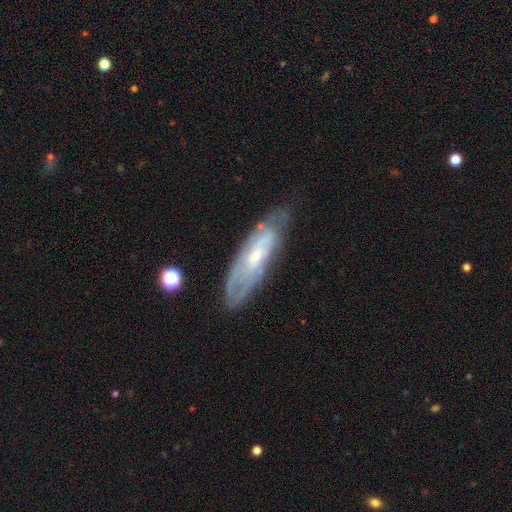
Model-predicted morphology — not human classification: The model was most divided on "bulge size": small: 53%, moderate: 39%, none: 5%, large: 3%, dominant: 1%. More confident: edge-on disk — no (74%); spiral arms — yes (73%); smooth or featured — featured or disk (69%); merging — none (66%); bar — no (62%).